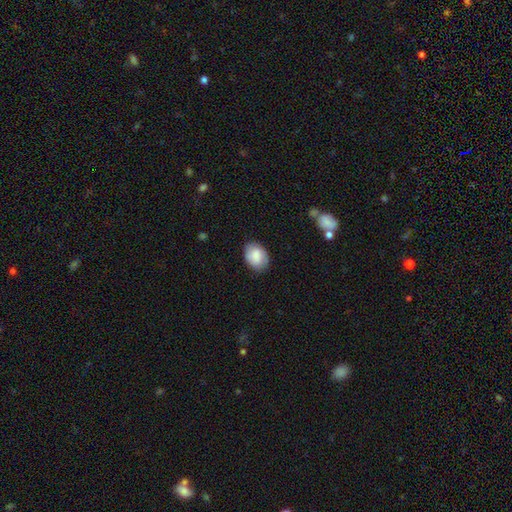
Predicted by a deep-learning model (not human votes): The model was most divided on "how rounded": in between: 76%, round: 23%, cigar-shaped: 1%. More confident: merging — none (81%); smooth or featured — smooth (80%).